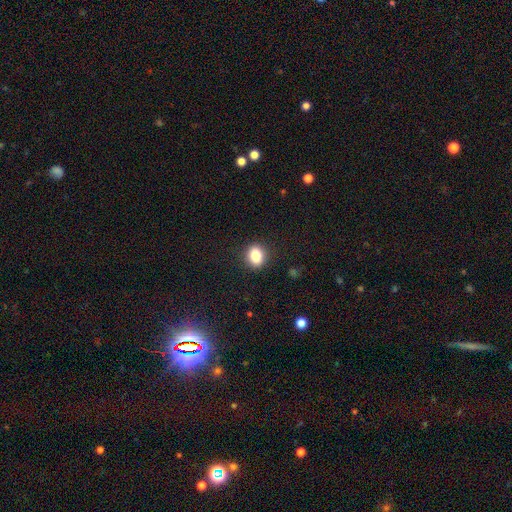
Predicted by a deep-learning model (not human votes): Smooth or featured?
  - smooth: 84% *
  - star or artifact: 10%
  - featured or disk: 6%
How rounded?
  - round: 52% *
  - in between: 47%
  - cigar-shaped: 1%
Merging?
  - none: 89% *
  - minor disturbance: 8%
  - major disturbance: 2%
  - merger: 1%